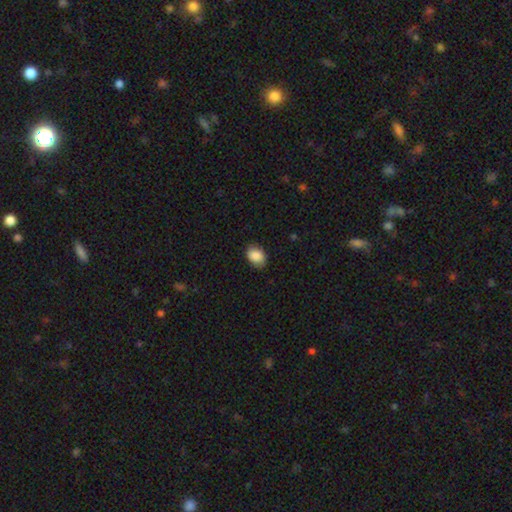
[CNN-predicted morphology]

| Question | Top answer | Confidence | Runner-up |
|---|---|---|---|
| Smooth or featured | smooth | 88% | star or artifact (7%) |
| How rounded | in between | 73% | round (26%) |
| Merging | none | 82% | minor disturbance (15%) |